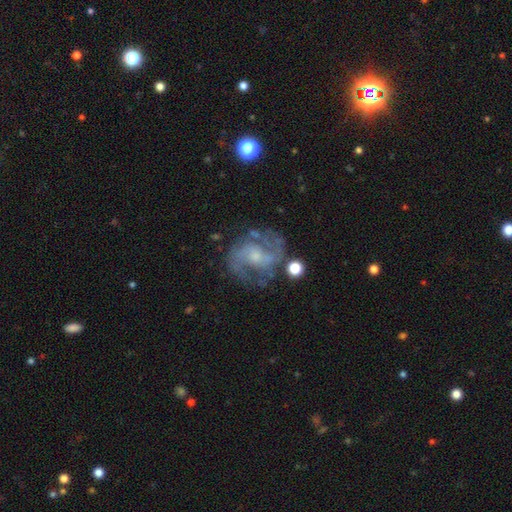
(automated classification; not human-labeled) This is clearly a featured or disk galaxy (87%). It is clearly not viewed edge-on (98%). Bar: possibly weak (45%). Spiral arm pattern: clearly yes (96%). Spiral arm count: clearly 2 (85%). Spiral winding: possibly medium (58%). Central bulge: possibly small (57%). Merging: likely none (72%).